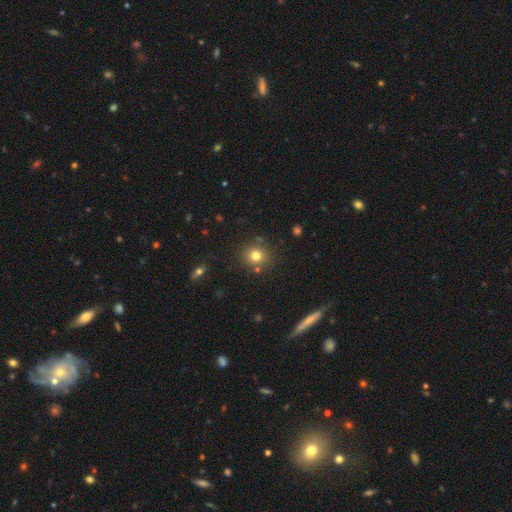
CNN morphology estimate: A smooth galaxy with no disk features (77%) that is round (87%). Merging: none (83%).